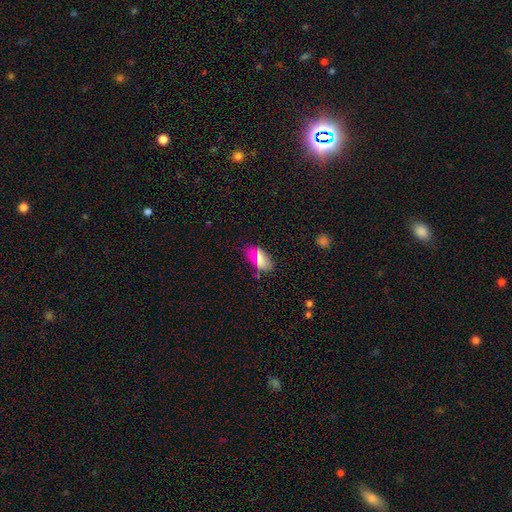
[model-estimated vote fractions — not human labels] smooth 66%, featured or disk 17%, star or artifact 16%. Down the decision tree: how rounded — in between (87%); merging — none (74%).